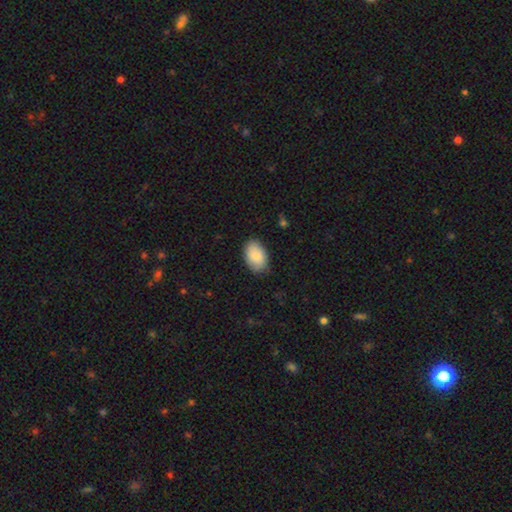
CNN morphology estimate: Smooth or featured?
  - smooth: 87% *
  - featured or disk: 7%
  - star or artifact: 6%
How rounded?
  - in between: 90% *
  - round: 9%
  - cigar-shaped: 1%
Merging?
  - none: 85% *
  - minor disturbance: 11%
  - major disturbance: 2%
  - merger: 1%